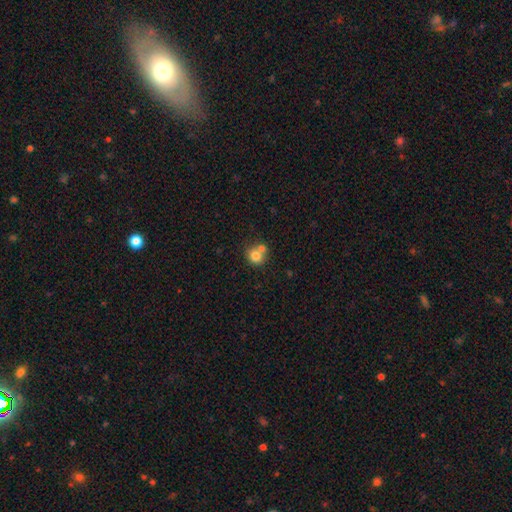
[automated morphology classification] Smooth or featured? smooth (77%)
How rounded? round (82%)
Merging? merger (45%)